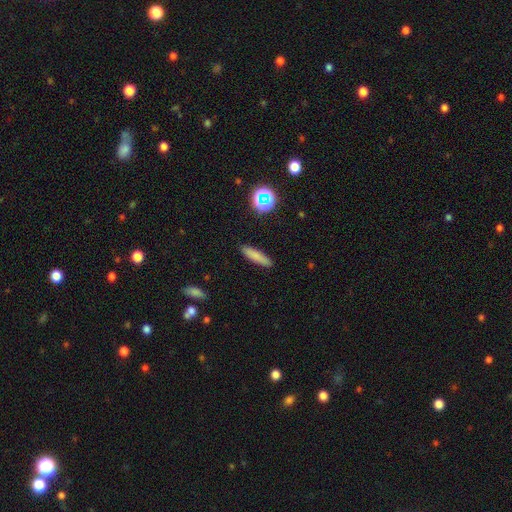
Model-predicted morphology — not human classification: This is likely a smooth galaxy (78%). How rounded: likely cigar-shaped (79%). Merging: clearly none (90%).